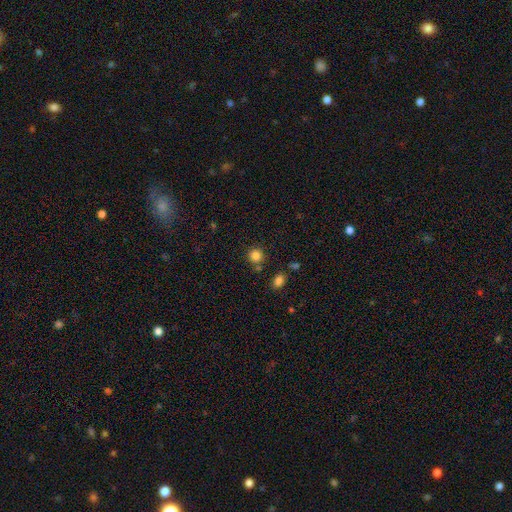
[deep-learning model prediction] Smooth or featured?
  - smooth: 84% *
  - star or artifact: 12%
  - featured or disk: 4%
How rounded?
  - round: 91% *
  - in between: 8%
  - cigar-shaped: 1%
Merging?
  - none: 80% *
  - minor disturbance: 8%
  - merger: 8%
  - major disturbance: 3%